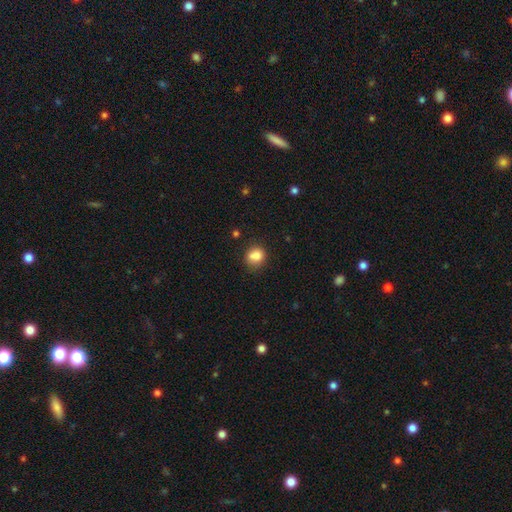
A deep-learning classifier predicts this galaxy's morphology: Smooth or featured? smooth (81%)
How rounded? round (67%)
Merging? none (61%)